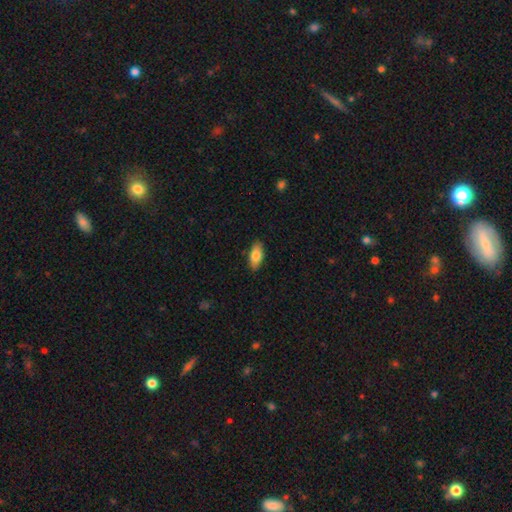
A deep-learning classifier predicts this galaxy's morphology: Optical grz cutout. It shows a smooth galaxy with no disk features (81%) that is in between round and cigar-shaped (86%). Merging: none (87%).